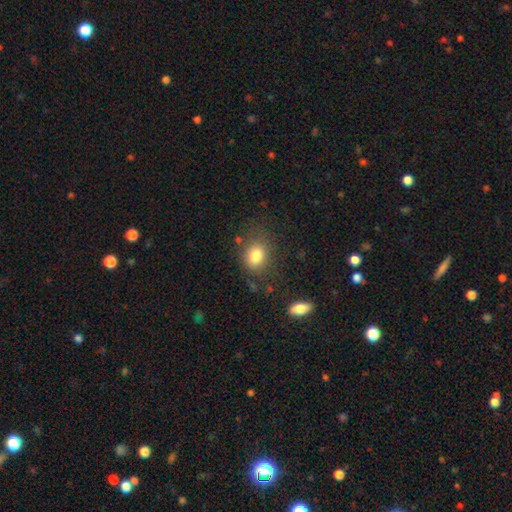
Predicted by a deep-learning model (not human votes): Q: Smooth or featured?
A: smooth (81%); runner-up: star or artifact (11%)
Q: How rounded?
A: round (51%); runner-up: in between (48%)
Q: Merging?
A: none (77%); runner-up: minor disturbance (14%)